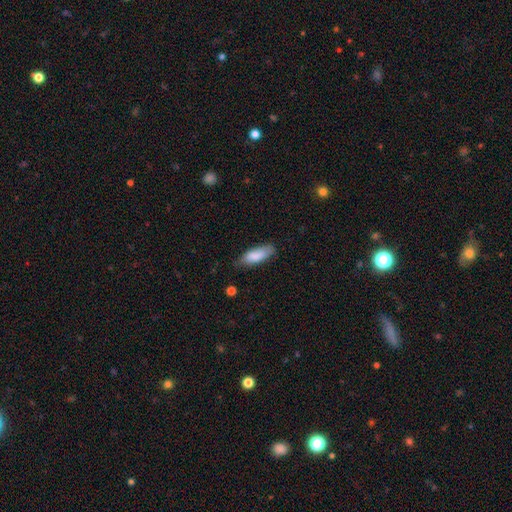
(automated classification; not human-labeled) A smooth galaxy with no disk features (84%) that is in between round and cigar-shaped (68%).

Vote fractions:
- Smooth or featured? smooth: 84% / featured or disk: 10% / star or artifact: 6%
- How rounded? in between: 68% / cigar-shaped: 30% / round: 2%
- Merging? none: 69% / minor disturbance: 24% / major disturbance: 4% / merger: 2%